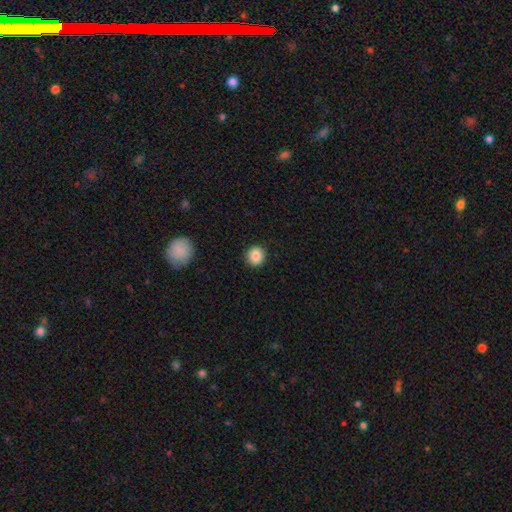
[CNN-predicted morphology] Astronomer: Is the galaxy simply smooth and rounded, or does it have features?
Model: smooth — 86%.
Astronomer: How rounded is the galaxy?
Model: round — 89%.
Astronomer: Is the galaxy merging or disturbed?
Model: none — 90%.